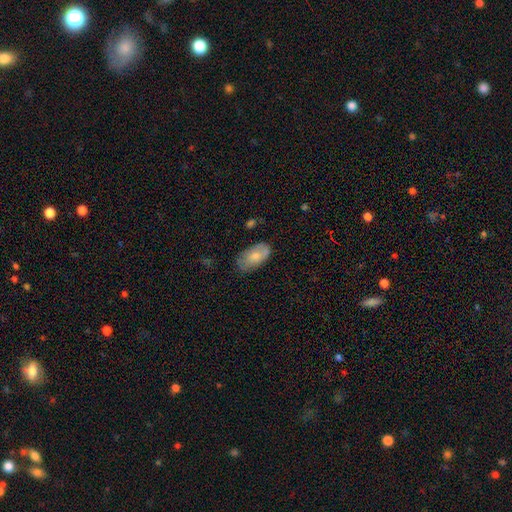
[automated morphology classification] smooth_or_featured: smooth (p=0.72) [alt: featured or disk p=0.22]
how_rounded: in between (p=0.94) [alt: round p=0.04]
merging: none (p=0.71) [alt: minor disturbance p=0.22]